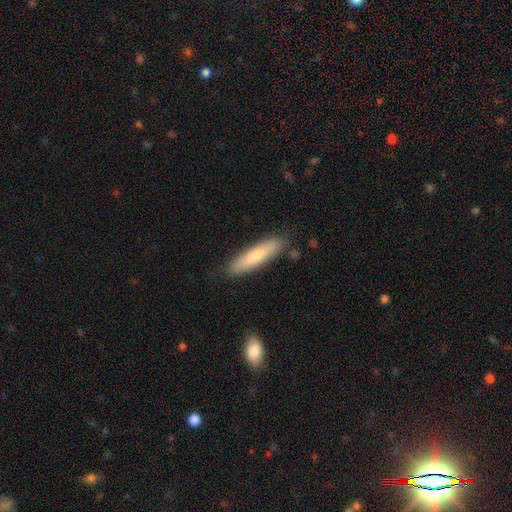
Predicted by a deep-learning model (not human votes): Overall: smooth (74%). How rounded: cigar-shaped (76%). Merging: none (85%).